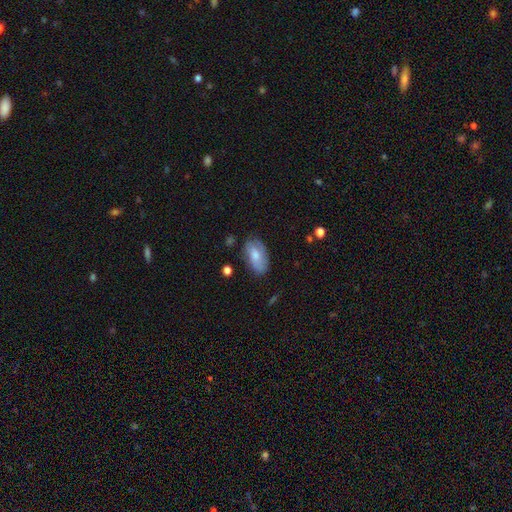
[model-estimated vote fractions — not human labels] Smooth or featured? smooth (67%)
How rounded? in between (92%)
Merging? none (68%)